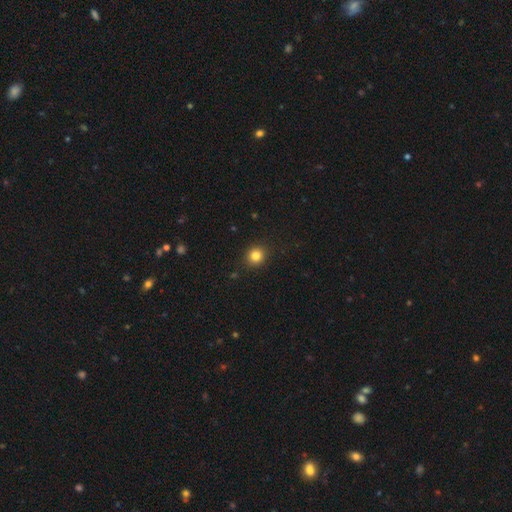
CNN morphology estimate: smooth-or-featured: smooth: 84% | star or artifact: 11% | featured or disk: 5%
  how-rounded: round: 85% | in between: 14% | cigar-shaped: 1%
  merging: none: 90% | minor disturbance: 7% | major disturbance: 2% | merger: 1%